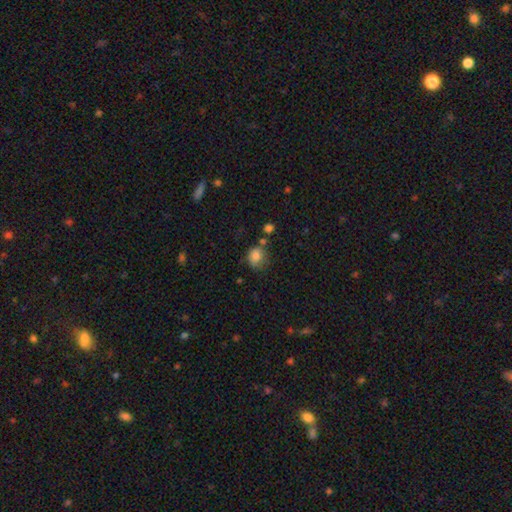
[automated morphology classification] The model was most divided on "merging": none: 53%, minor disturbance: 27%, merger: 11%, major disturbance: 9%. More confident: smooth or featured — smooth (81%); how rounded — round (68%).